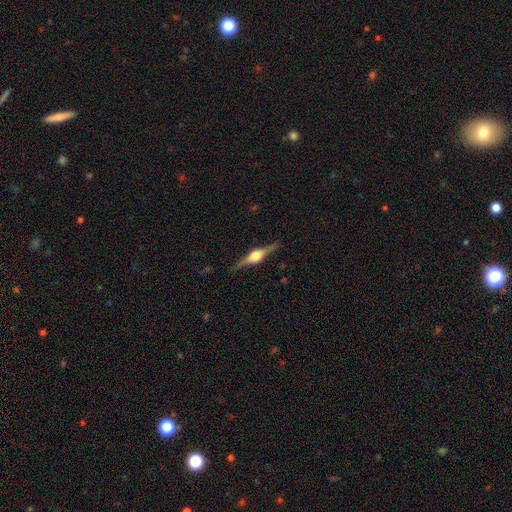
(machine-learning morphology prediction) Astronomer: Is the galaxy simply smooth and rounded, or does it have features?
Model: featured or disk — 83%.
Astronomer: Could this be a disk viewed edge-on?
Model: yes — 98%.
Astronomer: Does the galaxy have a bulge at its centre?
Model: rounded — 93%.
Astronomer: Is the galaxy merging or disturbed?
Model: none — 89%.